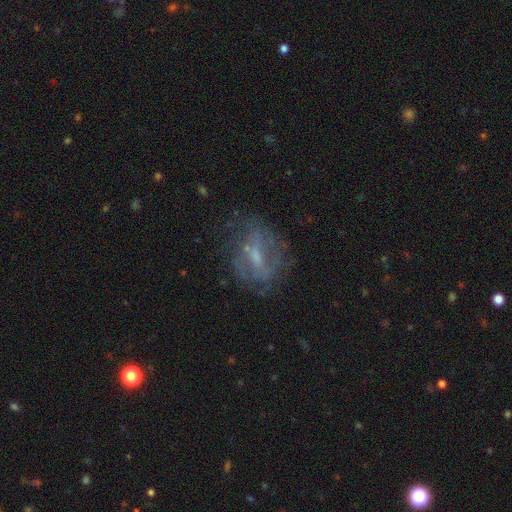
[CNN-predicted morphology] Smooth or featured? featured or disk (59%)
Edge-on disk? no (93%)
Bar? weak (47%)
Spiral arms? yes (50%, tied with no)
Bulge size? small (42%)
Merging? none (60%)